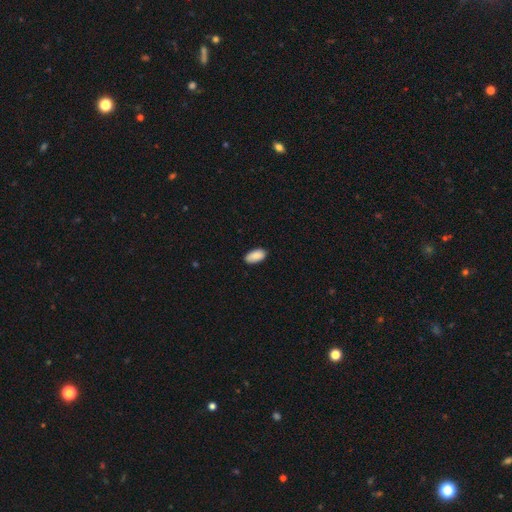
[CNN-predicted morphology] This appears to be a smooth galaxy with no disk features (89%) that is in between round and cigar-shaped (95%). Merging: none (87%).